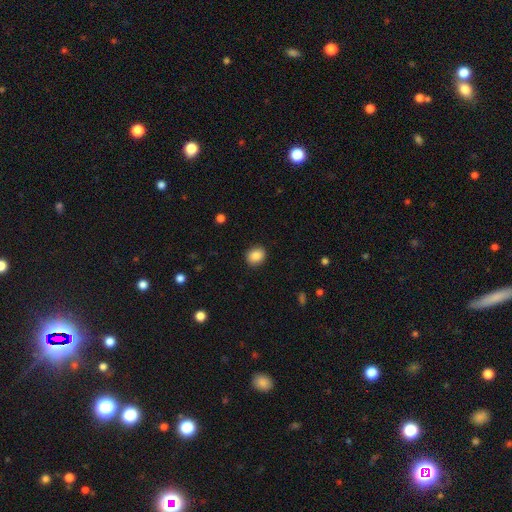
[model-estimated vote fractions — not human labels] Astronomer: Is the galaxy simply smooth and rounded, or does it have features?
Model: smooth — 87%.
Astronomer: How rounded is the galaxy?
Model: round — 65%.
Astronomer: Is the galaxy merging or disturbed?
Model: none — 90%.